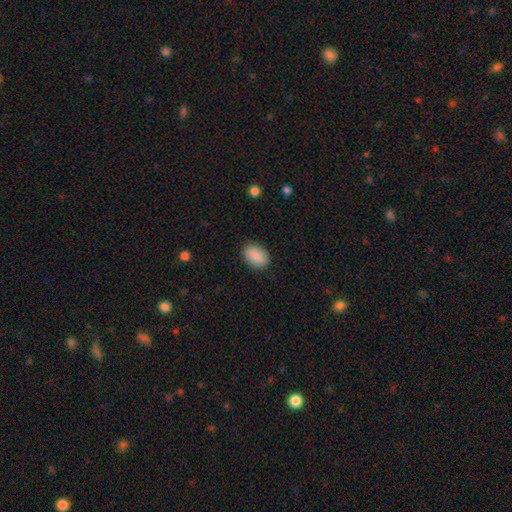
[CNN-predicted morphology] This appears to be a smooth galaxy with no disk features (89%) that is in between round and cigar-shaped (80%). Merging: none (86%).